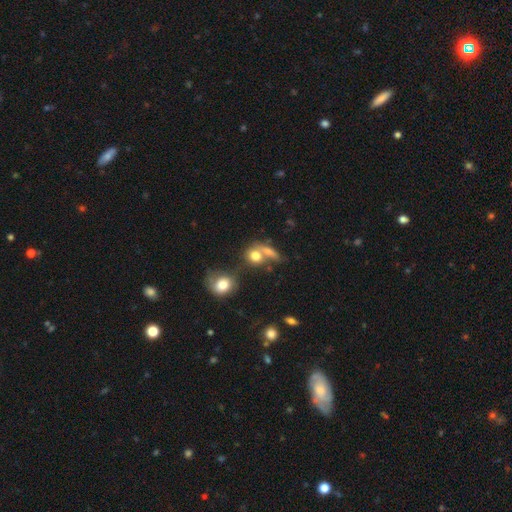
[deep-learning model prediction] Smooth or featured? Predicted: smooth (p=0.72). How rounded? Predicted: round (p=0.63). Merging? Predicted: merger (p=0.46).